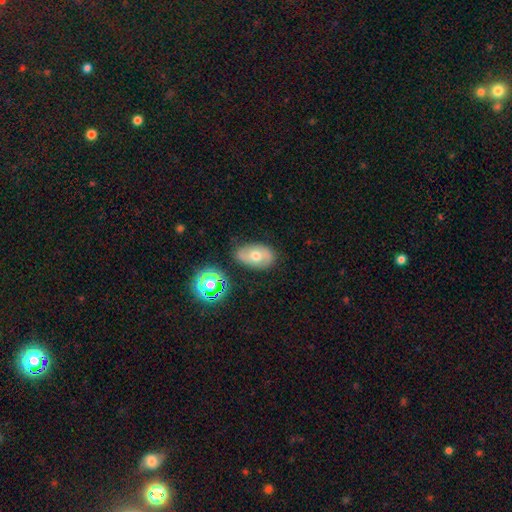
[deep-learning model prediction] A smooth galaxy with no disk features (49%).

Vote fractions:
- Smooth or featured? smooth: 49% / featured or disk: 38% / star or artifact: 13%
- Merging? none: 73% / minor disturbance: 19% / major disturbance: 5% / merger: 4%